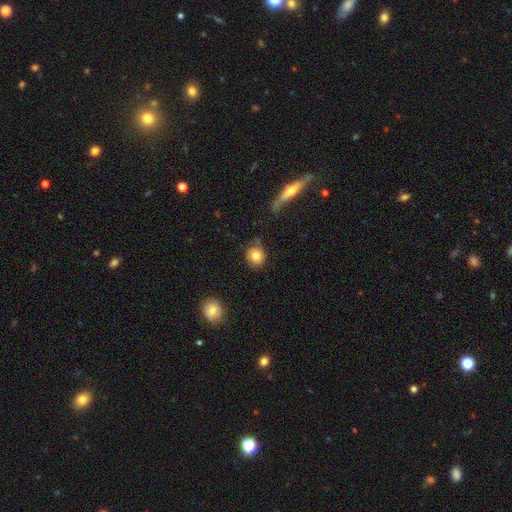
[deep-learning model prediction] The model was most divided on "merging": none: 74%, minor disturbance: 17%, major disturbance: 5%, merger: 4%. More confident: how rounded — round (85%); smooth or featured — smooth (78%).